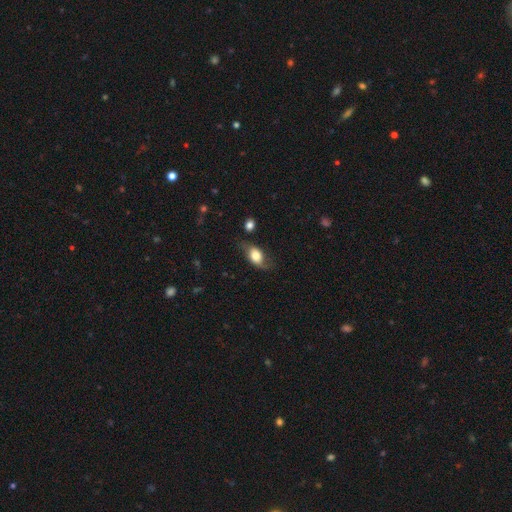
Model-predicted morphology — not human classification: smooth-or-featured: smooth: 63% | featured or disk: 30% | star or artifact: 8%
  how-rounded: in between: 82% | round: 14% | cigar-shaped: 3%
  merging: none: 58% | minor disturbance: 26% | major disturbance: 13% | merger: 3%